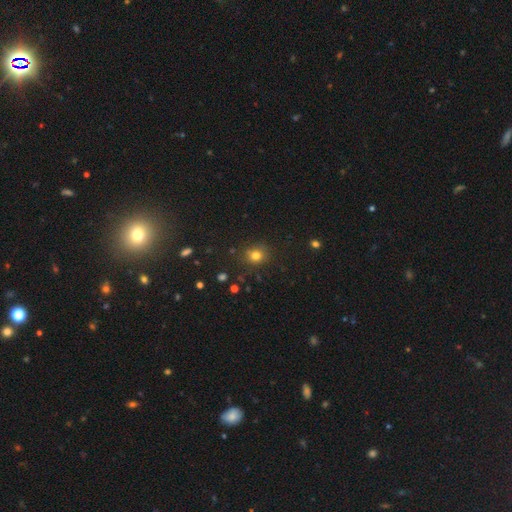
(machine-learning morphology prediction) A smooth galaxy with no disk features (78%) that is round (80%). Merging: none (80%).